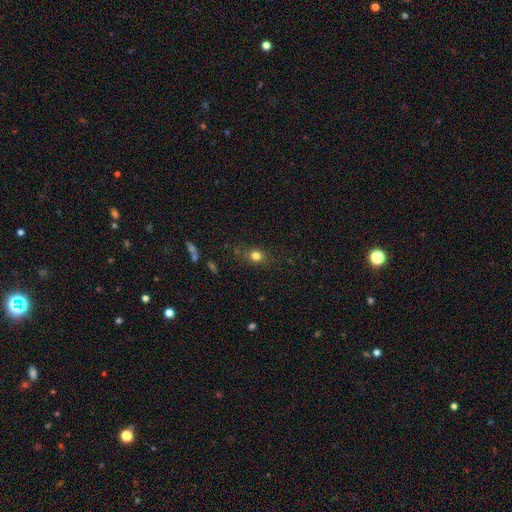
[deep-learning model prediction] The model was most divided on "how rounded": round: 64%, in between: 33%, cigar-shaped: 2%. More confident: merging — none (79%); smooth or featured — smooth (77%).